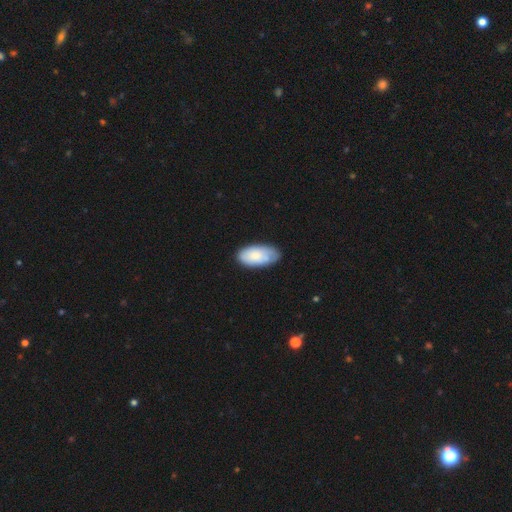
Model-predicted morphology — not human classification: smooth-or-featured: smooth: 74% | featured or disk: 20% | star or artifact: 6%
  how-rounded: in between: 94% | cigar-shaped: 4% | round: 2%
  merging: none: 73% | minor disturbance: 21% | major disturbance: 4% | merger: 2%